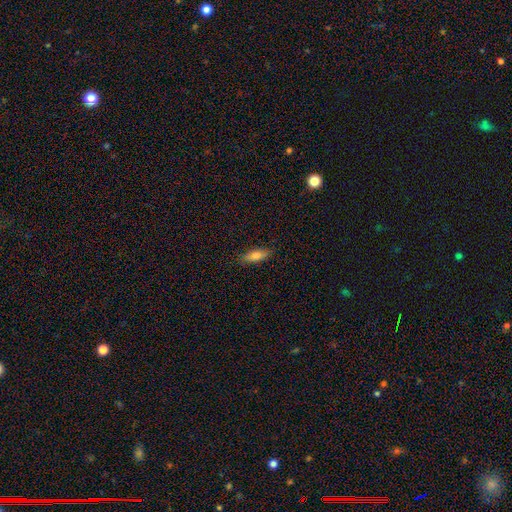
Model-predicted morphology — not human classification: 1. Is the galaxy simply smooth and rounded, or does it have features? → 73% smooth, 20% featured or disk, 7% star or artifact.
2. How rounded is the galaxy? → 52% in between, 46% cigar-shaped, 2% round.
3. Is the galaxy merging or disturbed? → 85% none, 11% minor disturbance, 2% major disturbance, 1% merger.